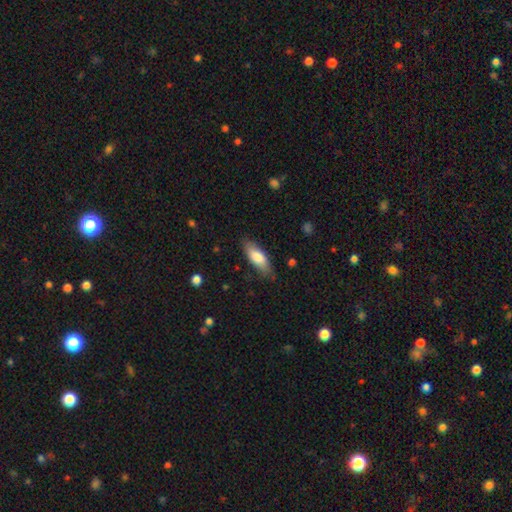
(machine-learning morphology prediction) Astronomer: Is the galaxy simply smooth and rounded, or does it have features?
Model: smooth — 78%.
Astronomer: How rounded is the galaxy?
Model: in between — 70%.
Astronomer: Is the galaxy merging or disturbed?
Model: none — 81%.